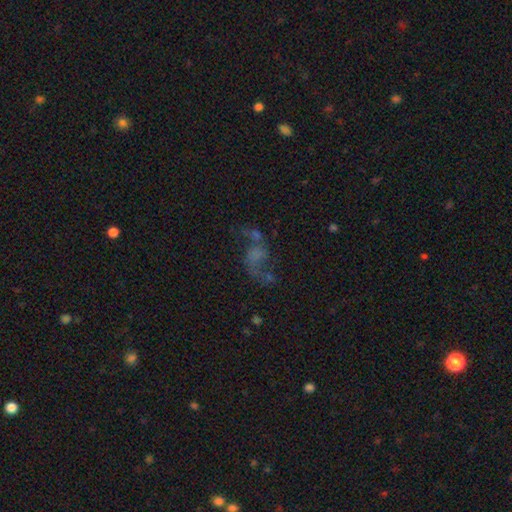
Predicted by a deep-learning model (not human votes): This appears to be a featured or disk galaxy (56%) with no bar (71%), spiral arms (67%) and no central bulge (60%). Merging: none (39%).